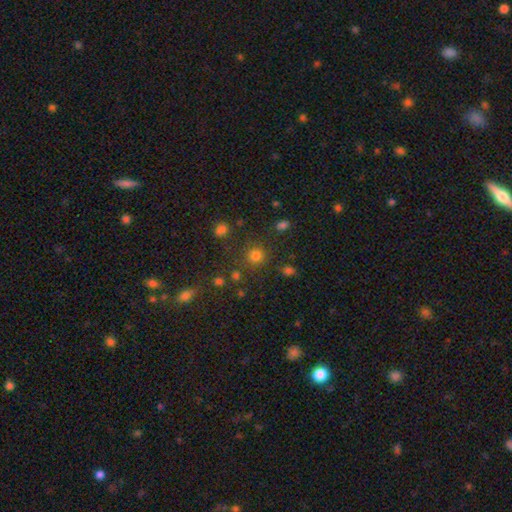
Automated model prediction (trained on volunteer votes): This is likely a smooth galaxy (75%). How rounded: clearly round (91%). Merging: clearly none (81%).